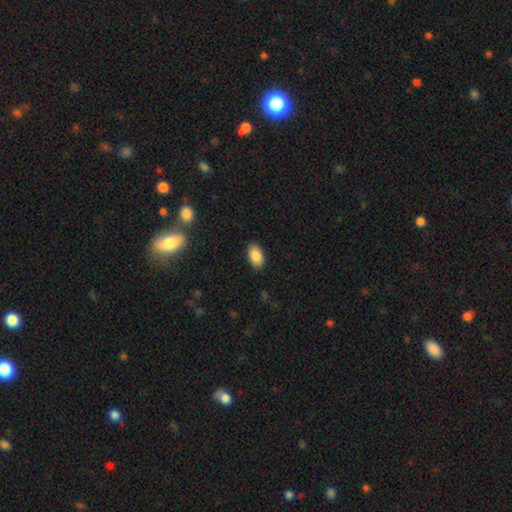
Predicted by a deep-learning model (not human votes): smooth-or-featured: smooth: 88% | star or artifact: 7% | featured or disk: 5%
  how-rounded: in between: 94% | round: 5% | cigar-shaped: 1%
  merging: none: 88% | minor disturbance: 9% | major disturbance: 2% | merger: 1%